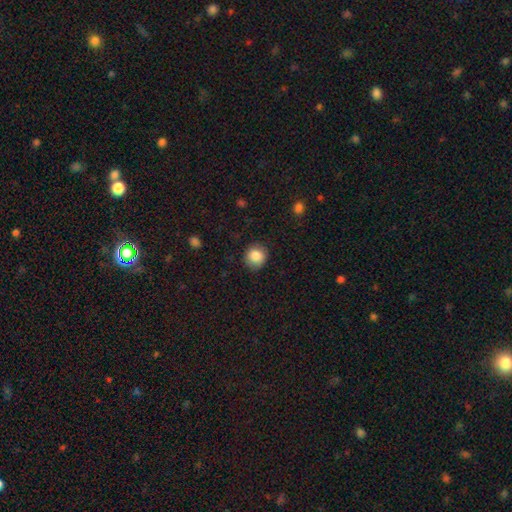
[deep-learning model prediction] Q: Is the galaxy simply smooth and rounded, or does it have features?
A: smooth — 86%.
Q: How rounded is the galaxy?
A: round — 88%.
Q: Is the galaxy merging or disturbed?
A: none — 86%.